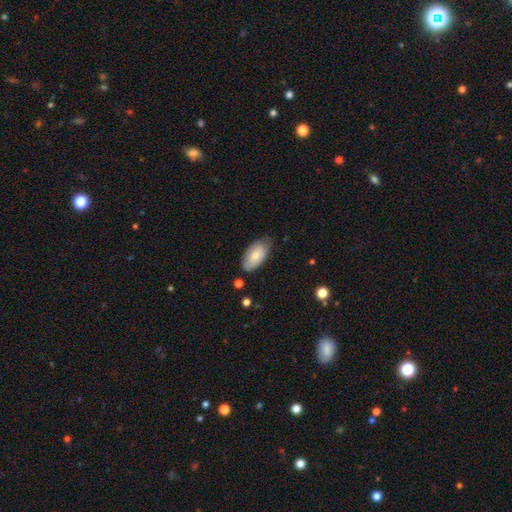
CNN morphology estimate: type=smooth (76%); roundness=in between (94%); merging=none (68%).